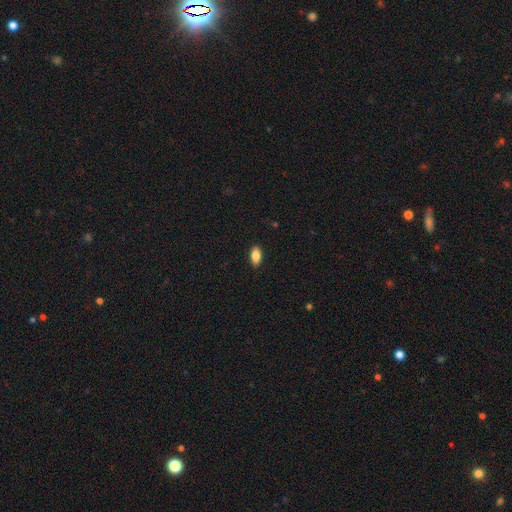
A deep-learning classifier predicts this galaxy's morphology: This is clearly a smooth galaxy (85%). How rounded: clearly in between (91%). Merging: clearly none (88%).